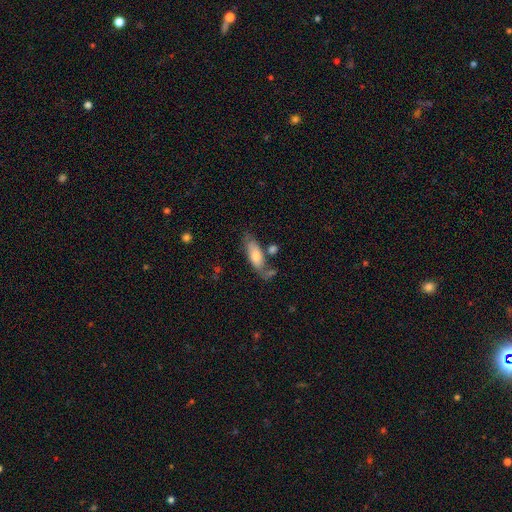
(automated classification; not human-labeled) Smooth or featured: smooth — 72% (featured or disk — 22%)
How rounded: in between — 69% (cigar-shaped — 29%)
Merging: none — 55% (minor disturbance — 22%)